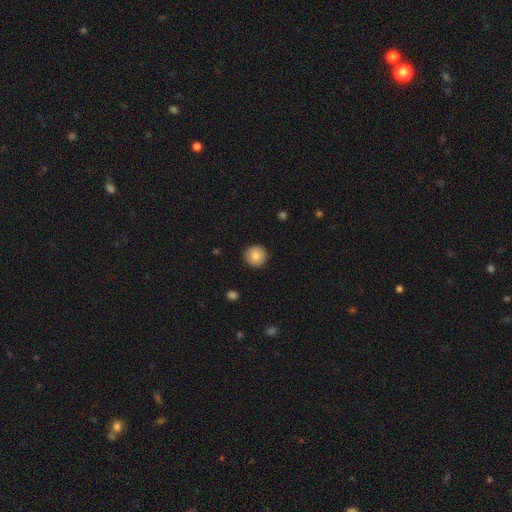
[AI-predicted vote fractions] A smooth galaxy with no disk features (85%) that is round (95%). Merging: none (91%).